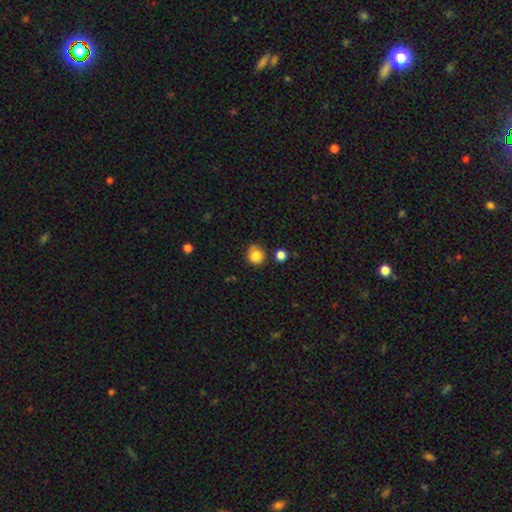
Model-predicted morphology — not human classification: A smooth galaxy with no disk features (84%) that is round (90%). Merging: none (73%).